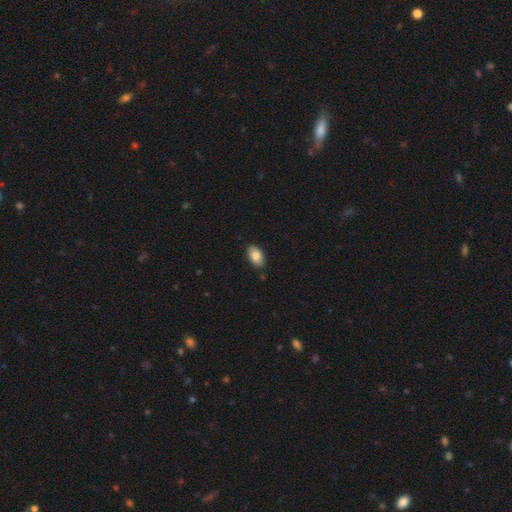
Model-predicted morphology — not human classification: Smooth or featured? smooth (85%)
How rounded? in between (94%)
Merging? none (86%)